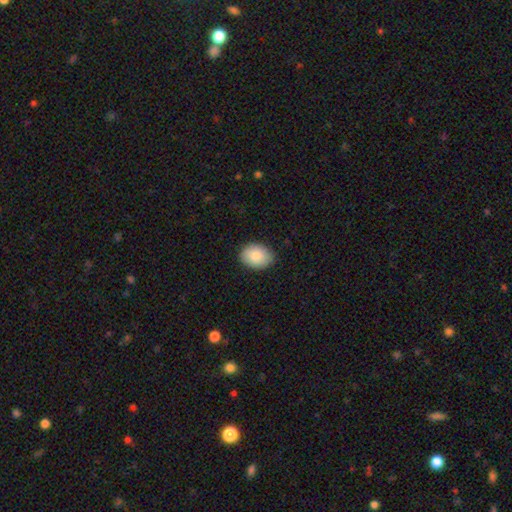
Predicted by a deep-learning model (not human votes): The model was most divided on "how rounded": in between: 71%, round: 28%, cigar-shaped: 1%. More confident: merging — none (86%); smooth or featured — smooth (85%).